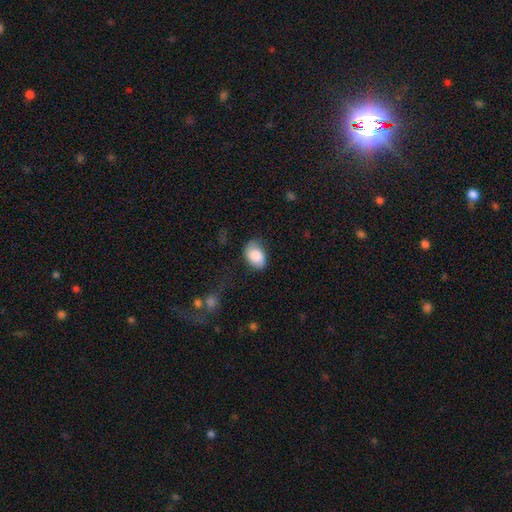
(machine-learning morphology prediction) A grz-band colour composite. It shows a smooth galaxy with no disk features (80%) that is in between round and cigar-shaped (84%). Merging: none (68%).